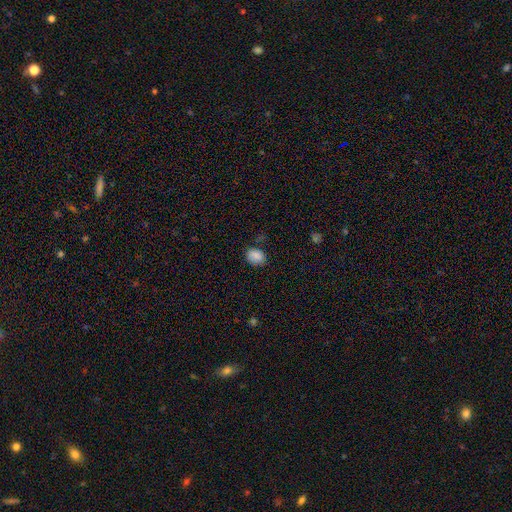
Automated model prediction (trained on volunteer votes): Smooth or featured: smooth — 86% (star or artifact — 9%)
How rounded: in between — 62% (round — 37%)
Merging: none — 78% (minor disturbance — 16%)